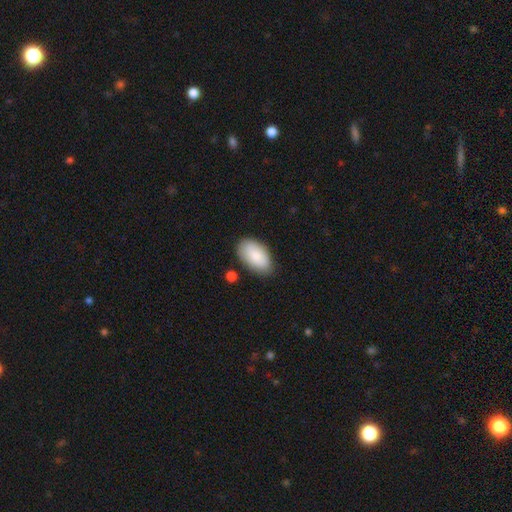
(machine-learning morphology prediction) Smooth or featured: smooth — 83% (featured or disk — 11%)
How rounded: in between — 95% (round — 4%)
Merging: none — 79% (minor disturbance — 15%)